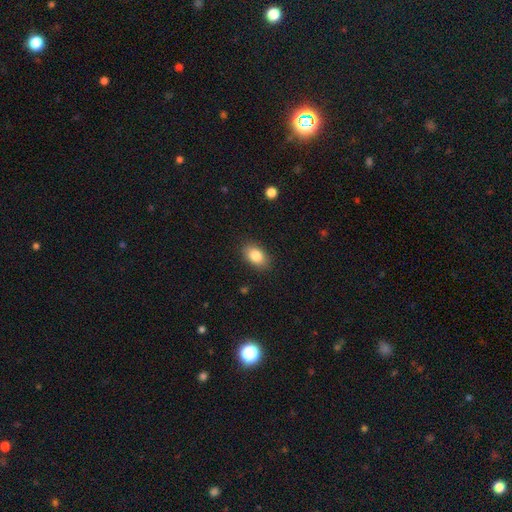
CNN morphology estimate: Smooth or featured?
  - smooth: 85% *
  - star or artifact: 8%
  - featured or disk: 7%
How rounded?
  - in between: 87% *
  - round: 11%
  - cigar-shaped: 2%
Merging?
  - none: 87% *
  - minor disturbance: 10%
  - major disturbance: 3%
  - merger: 1%